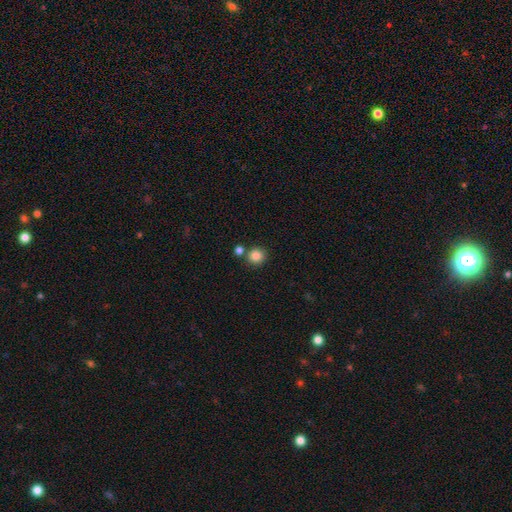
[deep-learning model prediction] smooth 85%, star or artifact 10%, featured or disk 5%. Down the decision tree: how rounded — round (91%); merging — none (76%).